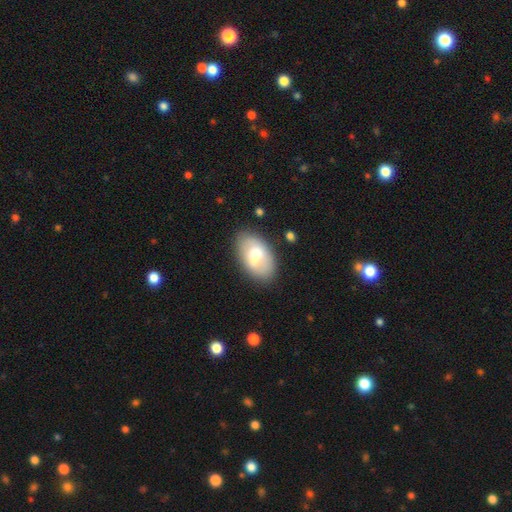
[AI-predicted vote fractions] Morphology: type=smooth (67%); roundness=in between (93%); merging=none (77%).